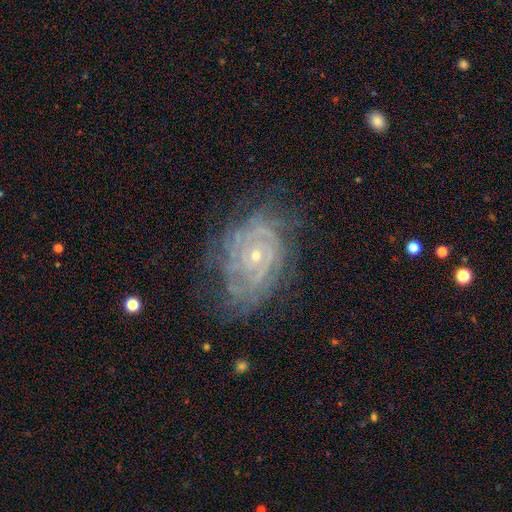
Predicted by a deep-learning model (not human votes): Morphology: type=featured or disk (84%); edge-on=no (97%); bar=no (74%); spiral arms=yes (94%); winding=tight (74%); arm count=can't tell (41%); bulge=small (76%); merging=none (65%).